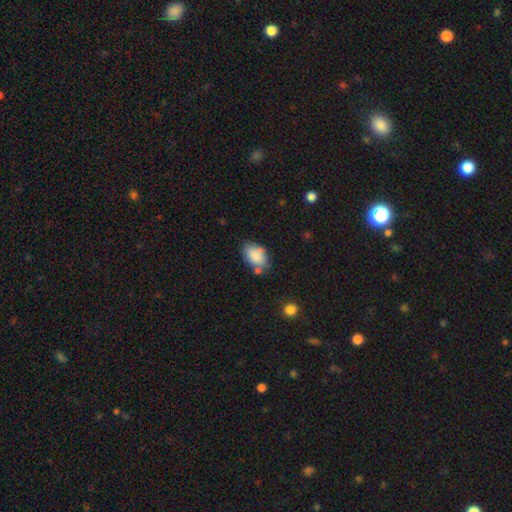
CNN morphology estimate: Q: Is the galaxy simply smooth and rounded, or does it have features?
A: smooth — 85%.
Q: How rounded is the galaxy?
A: in between — 88%.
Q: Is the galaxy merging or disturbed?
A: none — 58%.